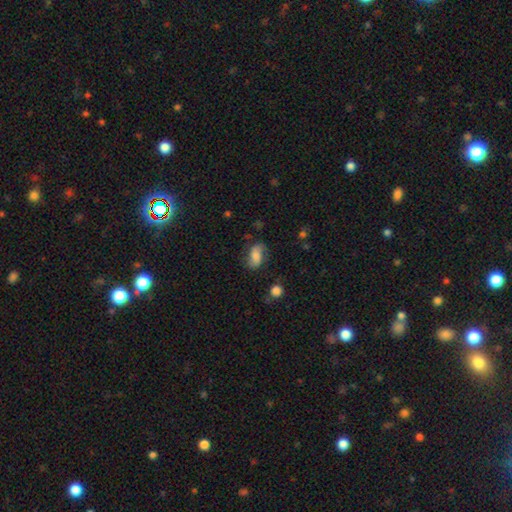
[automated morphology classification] This is possibly a smooth galaxy (53%). How rounded: clearly in between (87%). Merging: likely none (64%).